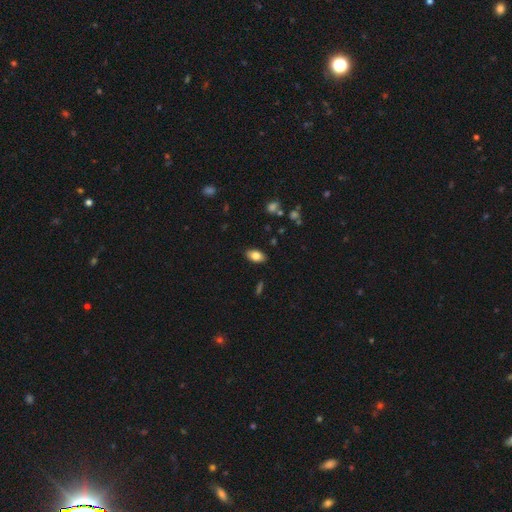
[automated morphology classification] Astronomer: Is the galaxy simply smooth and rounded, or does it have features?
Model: smooth — 82%.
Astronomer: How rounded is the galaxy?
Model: in between — 91%.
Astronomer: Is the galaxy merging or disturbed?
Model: none — 87%.